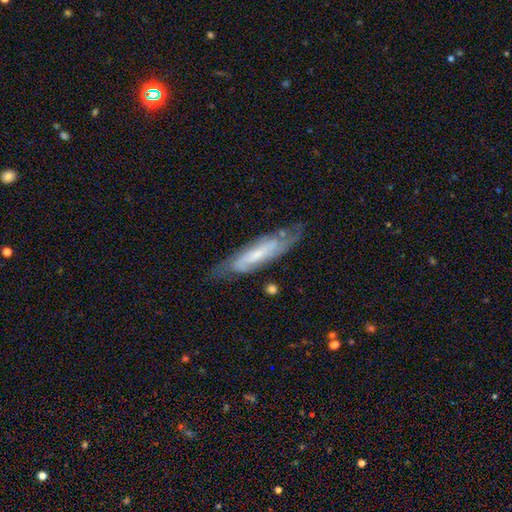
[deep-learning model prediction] smooth_or_featured: featured or disk (p=0.70) [alt: smooth p=0.21]
disk_edge_on: no (p=0.65) [alt: yes p=0.35]
merging: none (p=0.73) [alt: minor disturbance p=0.19]